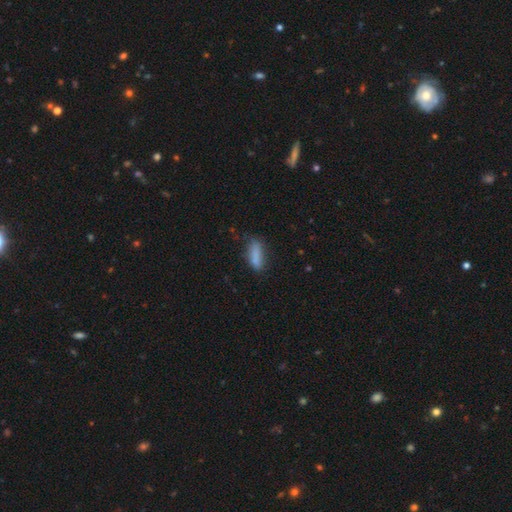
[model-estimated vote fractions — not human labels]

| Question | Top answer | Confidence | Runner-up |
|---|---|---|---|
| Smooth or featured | smooth | 82% | featured or disk (10%) |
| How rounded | in between | 65% | cigar-shaped (33%) |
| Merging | none | 58% | minor disturbance (29%) |